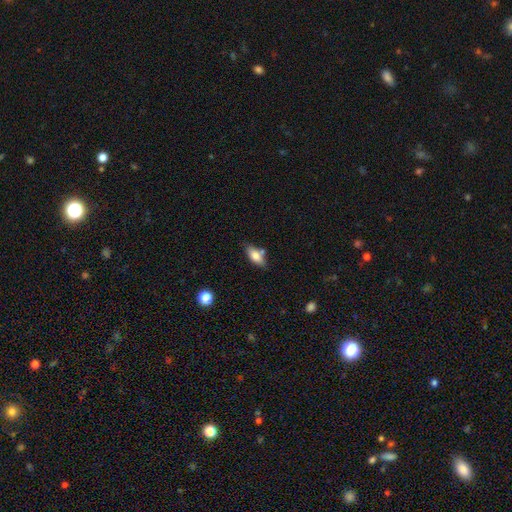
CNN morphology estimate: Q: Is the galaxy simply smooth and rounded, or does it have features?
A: smooth — 76%.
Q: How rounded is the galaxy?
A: in between — 81%.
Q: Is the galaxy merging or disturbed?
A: none — 68%.